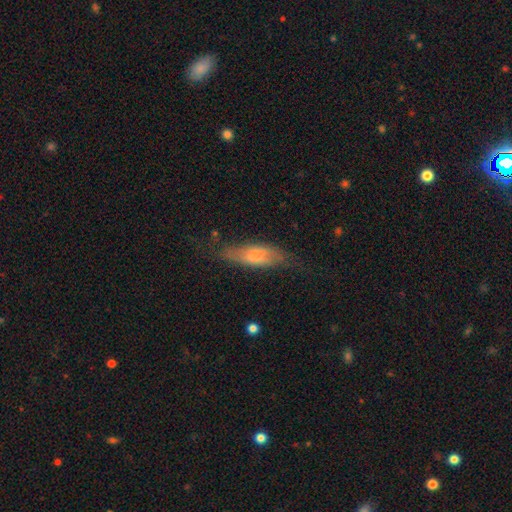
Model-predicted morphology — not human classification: A smooth galaxy with no disk features (55%) that is in between round and cigar-shaped (57%). Merging: none (57%).